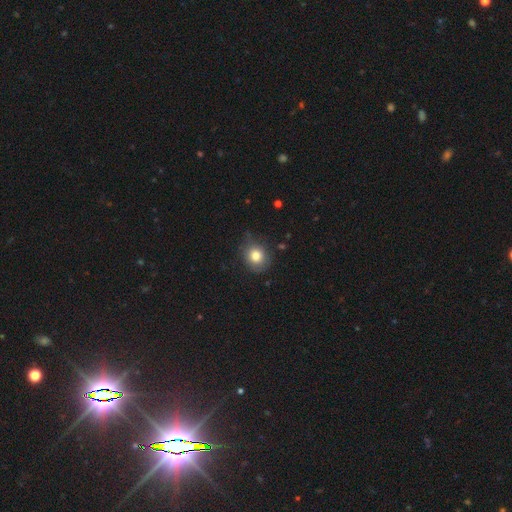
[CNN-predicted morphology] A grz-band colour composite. It shows a smooth galaxy with no disk features (81%) that is round (75%). Merging: none (74%).